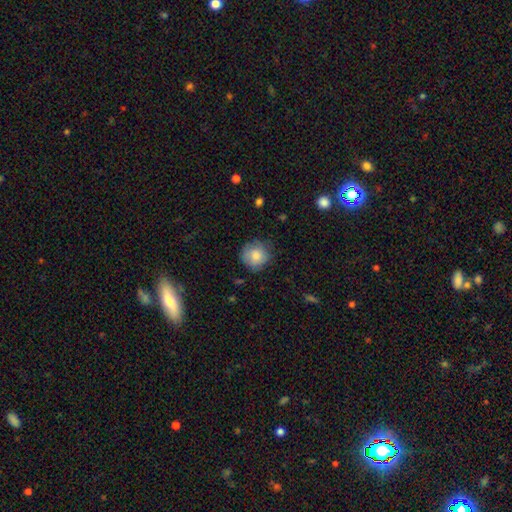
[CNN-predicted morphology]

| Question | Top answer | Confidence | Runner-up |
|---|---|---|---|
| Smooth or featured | smooth | 83% | featured or disk (9%) |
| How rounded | round | 90% | in between (9%) |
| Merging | none | 75% | minor disturbance (19%) |